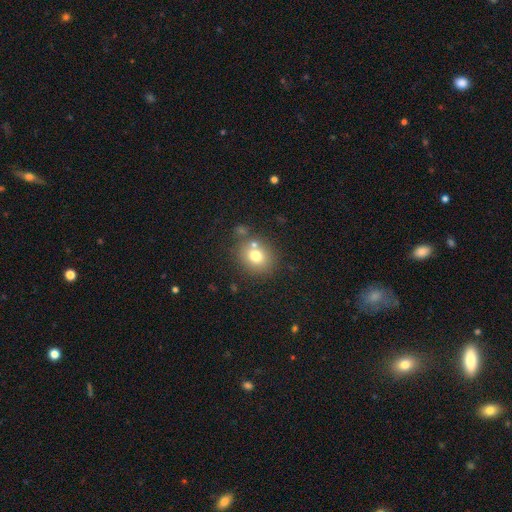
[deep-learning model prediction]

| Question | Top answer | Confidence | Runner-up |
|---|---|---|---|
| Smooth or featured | smooth | 74% | featured or disk (13%) |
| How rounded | round | 73% | in between (26%) |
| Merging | none | 70% | merger (14%) |